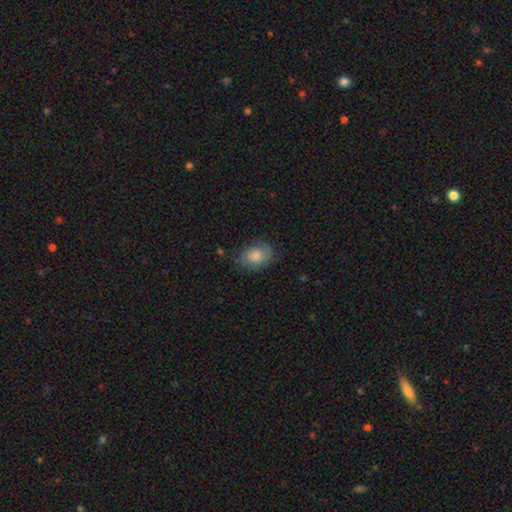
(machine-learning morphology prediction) type=smooth (75%); roundness=in between (79%); merging=none (73%).